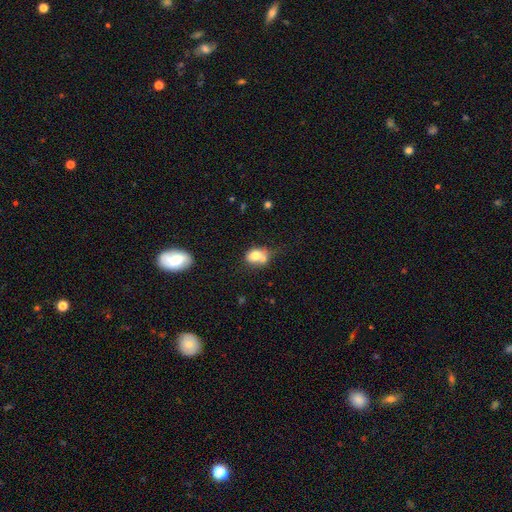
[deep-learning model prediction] This appears to be a smooth galaxy with no disk features (72%) that is in between round and cigar-shaped (59%). Merging: merger (44%).